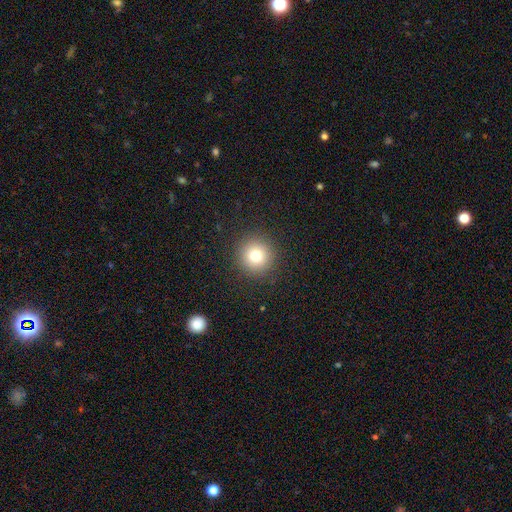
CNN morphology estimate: Smooth or featured?
  - smooth: 77% *
  - star or artifact: 14%
  - featured or disk: 9%
How rounded?
  - round: 95% *
  - in between: 4%
  - cigar-shaped: 1%
Merging?
  - none: 91% *
  - minor disturbance: 5%
  - major disturbance: 2%
  - merger: 1%